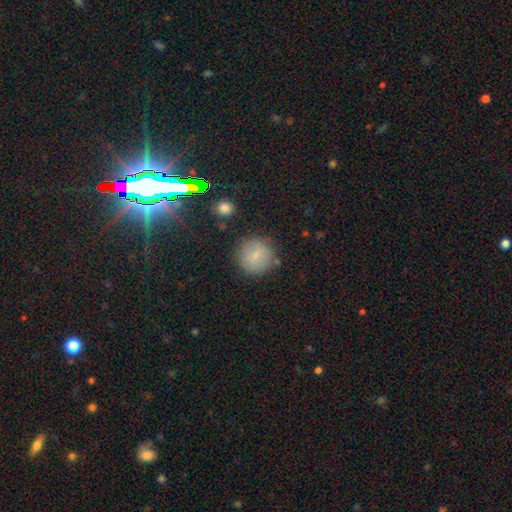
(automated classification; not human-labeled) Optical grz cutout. It shows a smooth galaxy with no disk features (78%) that is round (93%). Merging: none (84%).